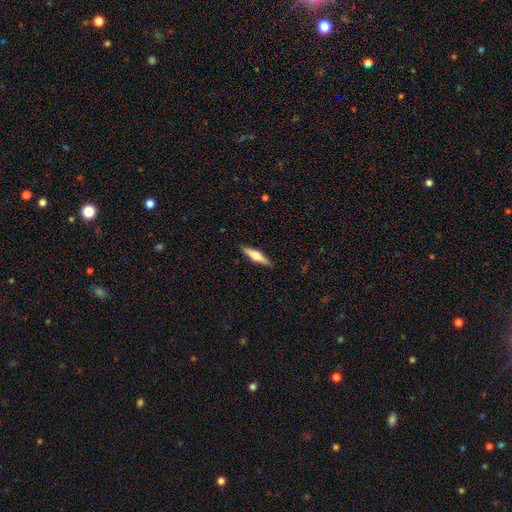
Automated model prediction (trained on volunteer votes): Smooth or featured: featured or disk — 51% (smooth — 43%)
Edge-on disk: yes — 95% (no — 5%)
Merging: none — 90% (minor disturbance — 7%)